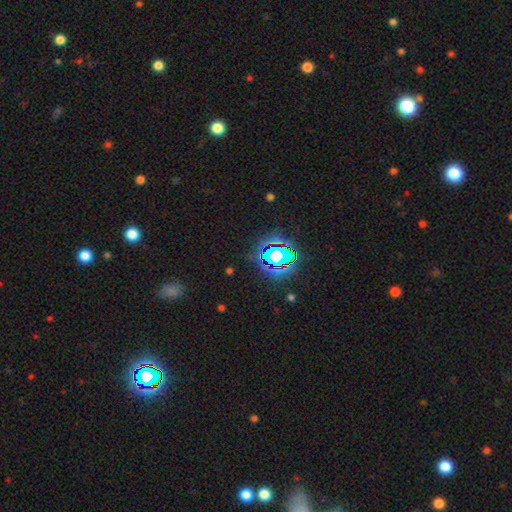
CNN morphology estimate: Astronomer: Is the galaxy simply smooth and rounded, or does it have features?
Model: star or artifact — 79%.